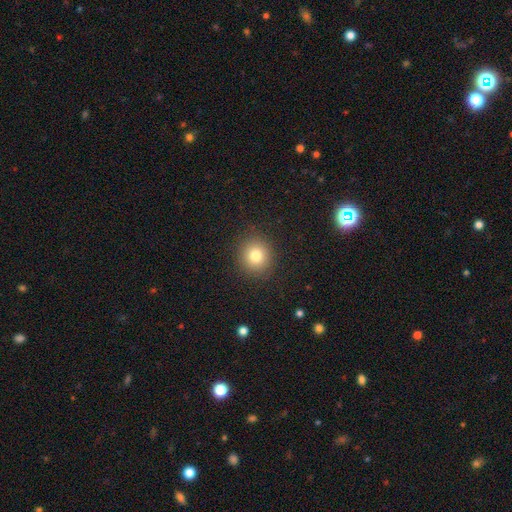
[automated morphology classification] Overall: smooth (80%). How rounded: round (87%). Merging: none (90%).